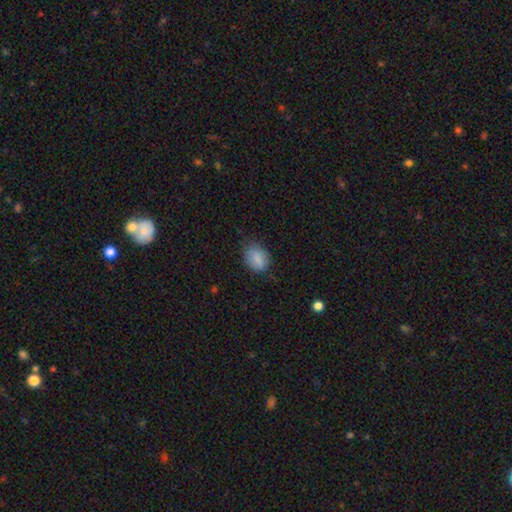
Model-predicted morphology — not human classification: The model was most divided on "how rounded": in between: 71%, round: 28%, cigar-shaped: 2%. More confident: smooth or featured — smooth (84%); merging — none (71%).